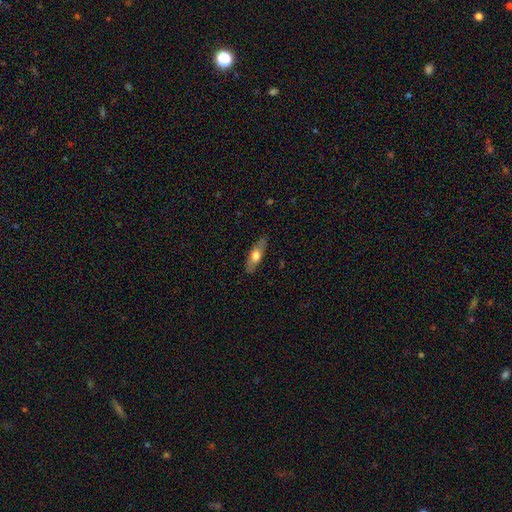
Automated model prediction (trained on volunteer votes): Q: Smooth or featured?
A: smooth (57%); runner-up: featured or disk (37%)
Q: How rounded?
A: in between (58%); runner-up: cigar-shaped (38%)
Q: Merging?
A: none (84%); runner-up: minor disturbance (12%)